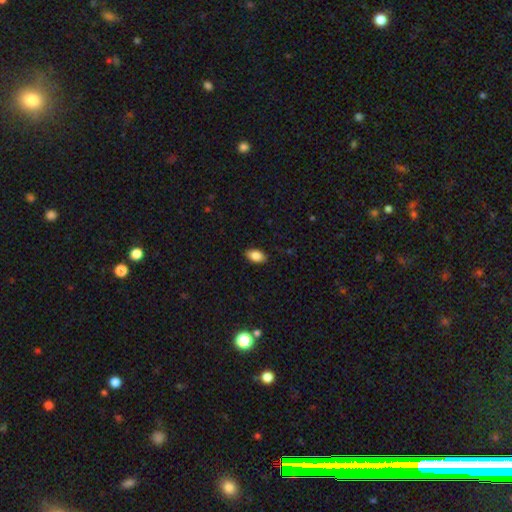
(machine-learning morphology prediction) smooth_or_featured: smooth (p=0.85) [alt: star or artifact p=0.08]
how_rounded: in between (p=0.92) [alt: round p=0.06]
merging: none (p=0.87) [alt: minor disturbance p=0.10]